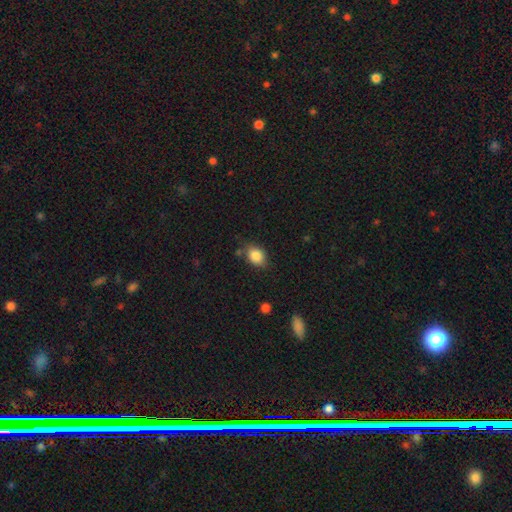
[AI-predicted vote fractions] Overall: smooth (86%). How rounded: in between (66%; round 32%). Merging: none (73%).